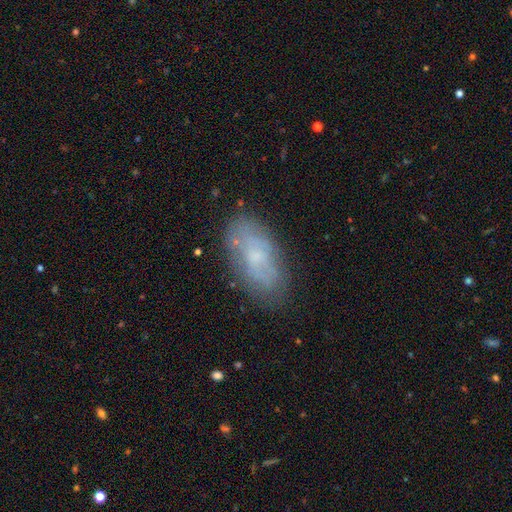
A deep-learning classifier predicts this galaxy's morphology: A smooth galaxy with no disk features (49%). Merging: none (73%).